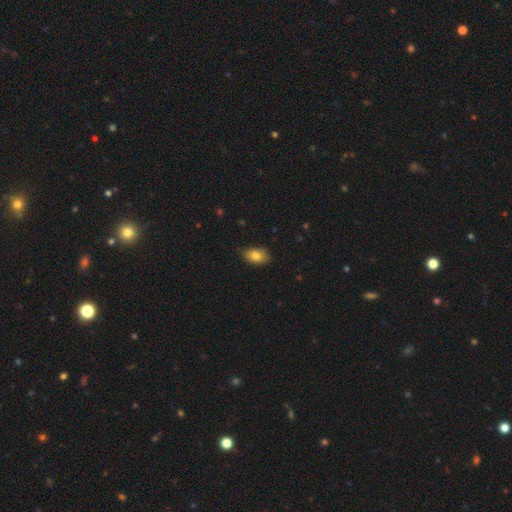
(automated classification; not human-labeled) Smooth or featured?
  - smooth: 82% *
  - featured or disk: 10%
  - star or artifact: 8%
How rounded?
  - in between: 85% *
  - round: 13%
  - cigar-shaped: 2%
Merging?
  - none: 78% *
  - minor disturbance: 19%
  - major disturbance: 3%
  - merger: 1%